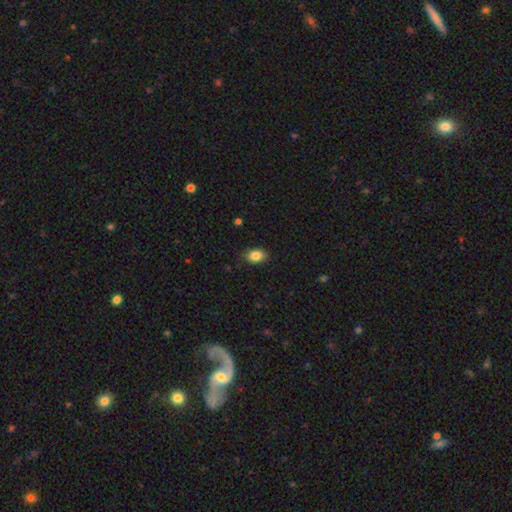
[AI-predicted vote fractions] Smooth or featured?
  - smooth: 85% *
  - star or artifact: 8%
  - featured or disk: 6%
How rounded?
  - in between: 82% *
  - round: 16%
  - cigar-shaped: 1%
Merging?
  - none: 84% *
  - minor disturbance: 13%
  - major disturbance: 2%
  - merger: 1%